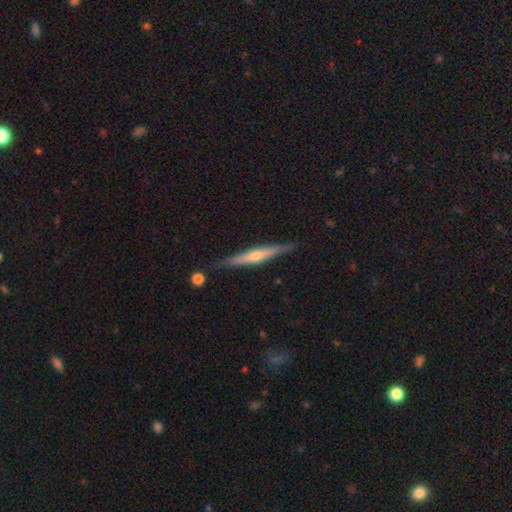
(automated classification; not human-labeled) smooth_or_featured: featured or disk (p=0.71) [alt: smooth p=0.23]
disk_edge_on: yes (p=0.97) [alt: no p=0.03]
edge_on_bulge: rounded (p=0.78) [alt: none p=0.16]
merging: none (p=0.88) [alt: minor disturbance p=0.08]